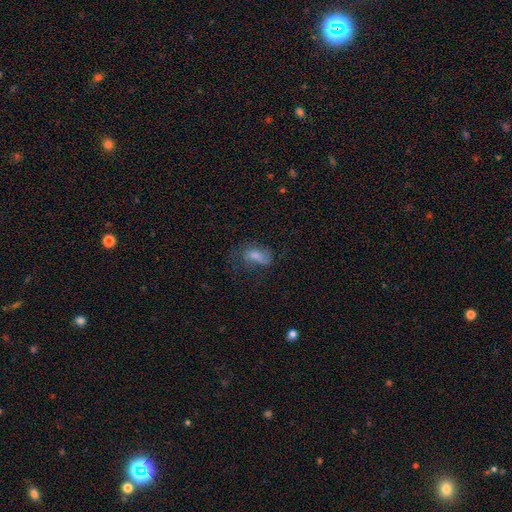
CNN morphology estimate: Smooth or featured?
  - smooth: 47% *
  - featured or disk: 39%
  - star or artifact: 14%
Merging?
  - none: 44% *
  - major disturbance: 29%
  - minor disturbance: 24%
  - merger: 2%